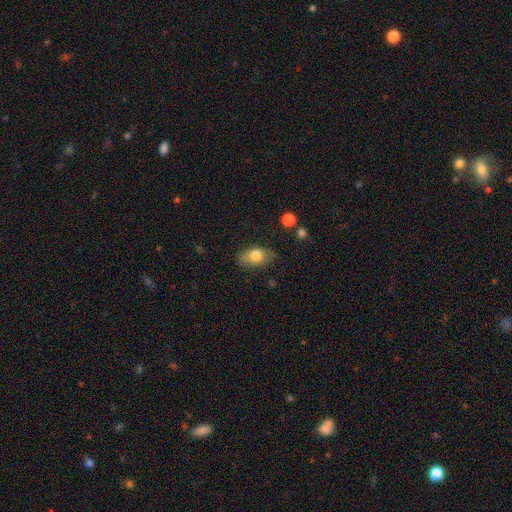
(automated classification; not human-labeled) This appears to be a smooth galaxy with no disk features (77%) that is in between round and cigar-shaped (85%). Merging: none (73%).